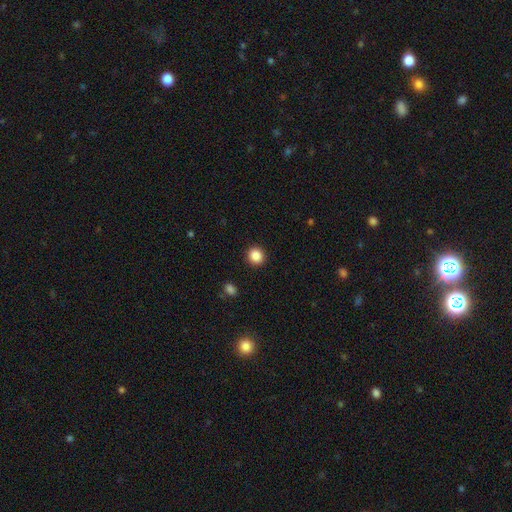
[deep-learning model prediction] Smooth or featured: smooth — 87% (star or artifact — 10%)
How rounded: round — 86% (in between — 13%)
Merging: none — 92% (minor disturbance — 5%)